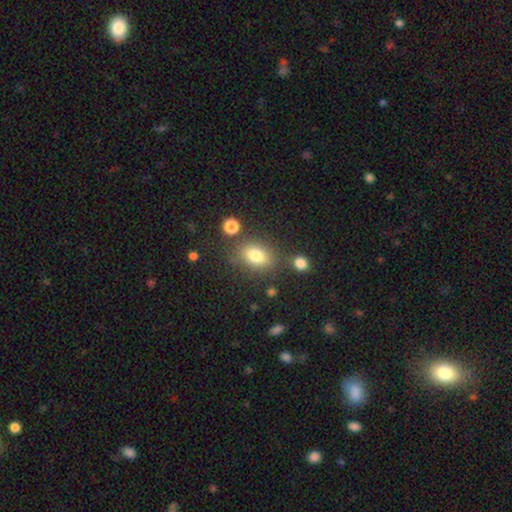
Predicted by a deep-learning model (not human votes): Smooth or featured: smooth — 80% (star or artifact — 11%)
How rounded: in between — 76% (round — 22%)
Merging: none — 72% (minor disturbance — 14%)